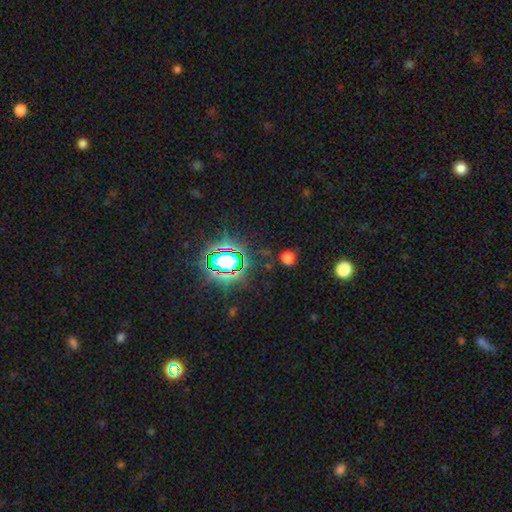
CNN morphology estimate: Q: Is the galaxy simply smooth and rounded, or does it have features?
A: star or artifact — 80%.